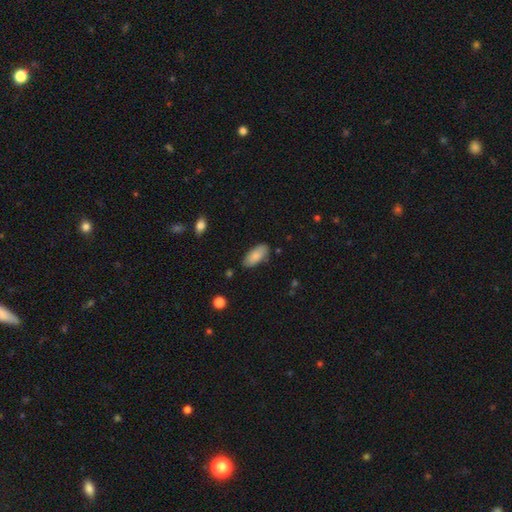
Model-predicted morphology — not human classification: The model was most divided on "merging": none: 81%, minor disturbance: 15%, major disturbance: 3%, merger: 2%. More confident: how rounded — in between (89%); smooth or featured — smooth (85%).